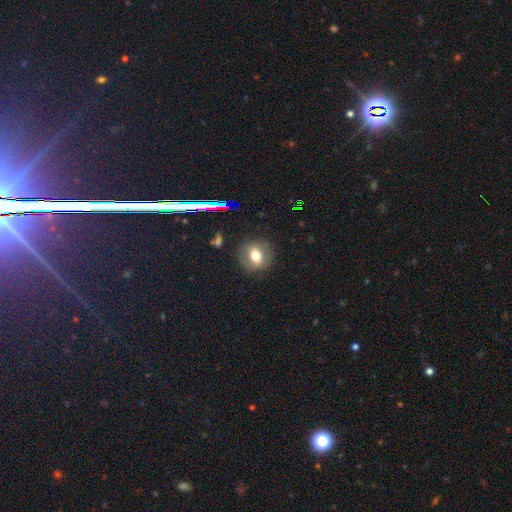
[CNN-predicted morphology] This is likely a smooth galaxy (62%). How rounded: likely round (71%). Merging: clearly none (83%).